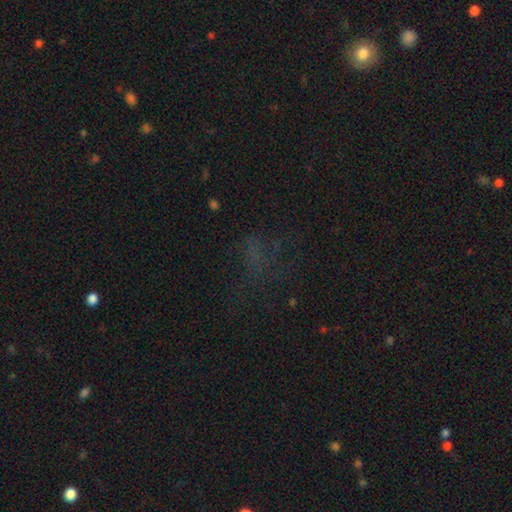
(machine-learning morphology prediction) Smooth or featured? Predicted: star or artifact (p=0.47).